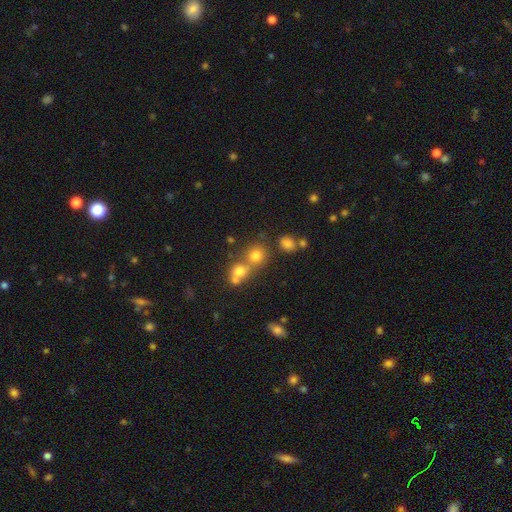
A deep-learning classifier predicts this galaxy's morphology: smooth-or-featured: smooth: 74% | star or artifact: 16% | featured or disk: 10%
  how-rounded: round: 83% | in between: 16% | cigar-shaped: 1%
  merging: none: 48% | merger: 40% | minor disturbance: 8% | major disturbance: 4%